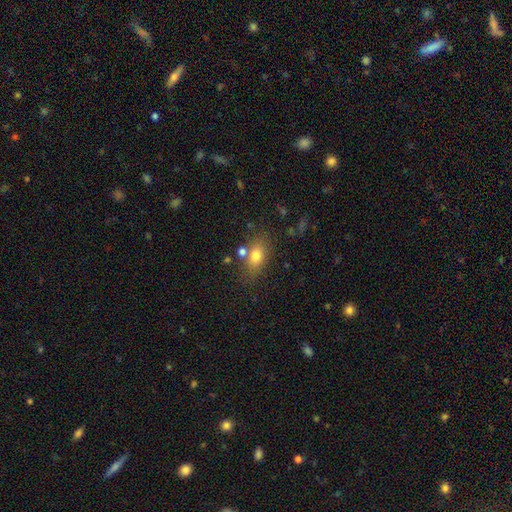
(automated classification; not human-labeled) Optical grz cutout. It shows a smooth galaxy with no disk features (76%) that is in between round and cigar-shaped (76%). Merging: none (67%).